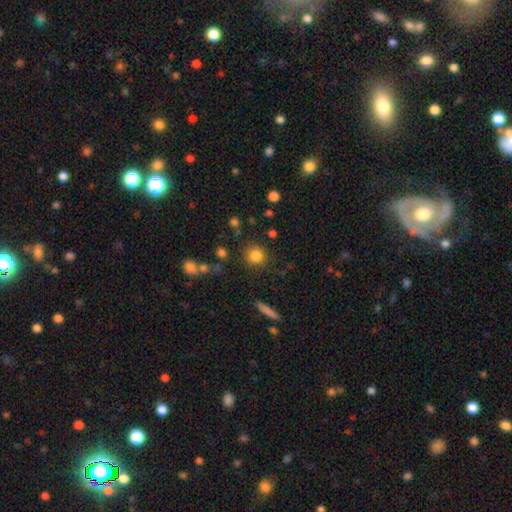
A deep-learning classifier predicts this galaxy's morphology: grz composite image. It shows a smooth galaxy with no disk features (83%) that is round (90%). Merging: none (85%).